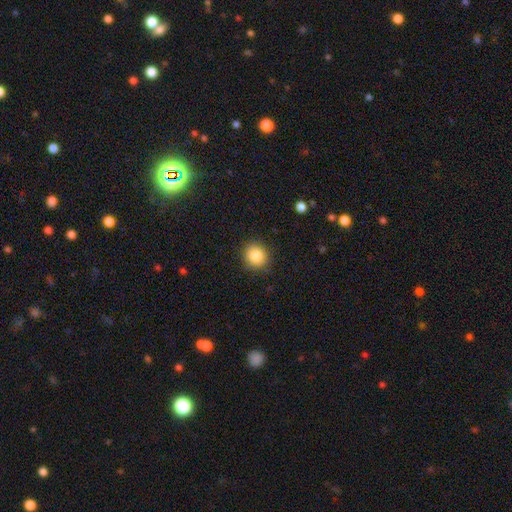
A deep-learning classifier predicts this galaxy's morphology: type=smooth (85%); roundness=round (86%); merging=none (88%).